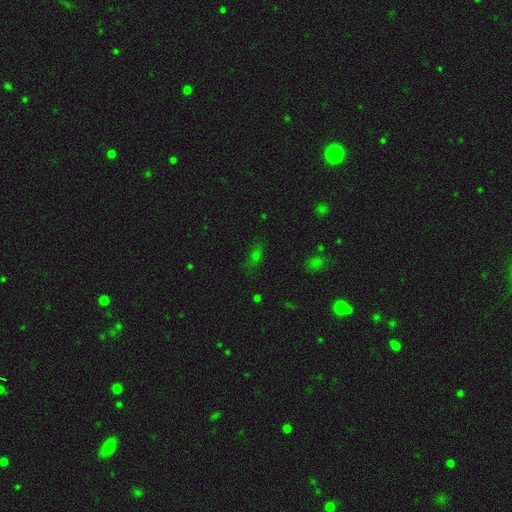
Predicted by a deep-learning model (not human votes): Q: Smooth or featured?
A: smooth (53%); runner-up: star or artifact (34%)
Q: How rounded?
A: in between (70%); runner-up: cigar-shaped (16%)
Q: Merging?
A: none (74%); runner-up: minor disturbance (16%)